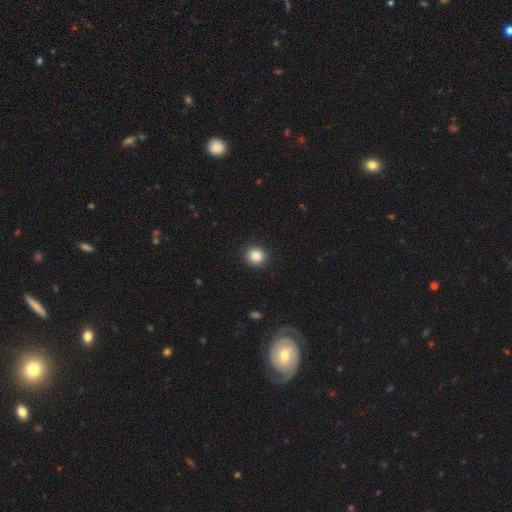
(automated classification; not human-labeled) smooth_or_featured: smooth (p=0.86) [alt: star or artifact p=0.10]
how_rounded: round (p=0.88) [alt: in between p=0.11]
merging: none (p=0.91) [alt: minor disturbance p=0.06]